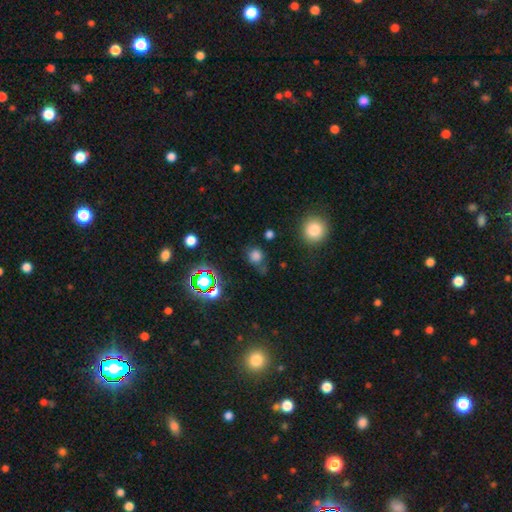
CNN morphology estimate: This appears to be a smooth galaxy with no disk features (71%) that is round (83%). Merging: none (65%).